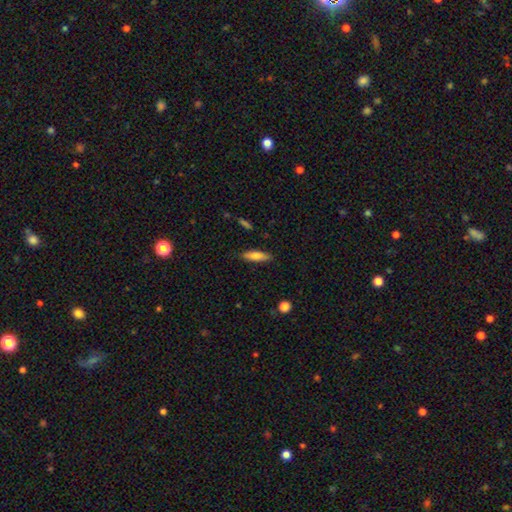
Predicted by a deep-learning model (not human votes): Smooth or featured? Predicted: smooth (p=0.75). How rounded? Predicted: cigar-shaped (p=0.61). Merging? Predicted: none (p=0.86).